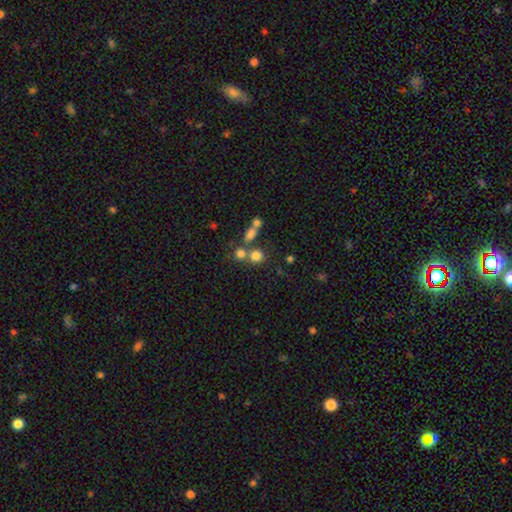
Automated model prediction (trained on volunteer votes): Smooth or featured? Predicted: smooth (p=0.74). How rounded? Predicted: round (p=0.82). Merging? Predicted: none (p=0.51).